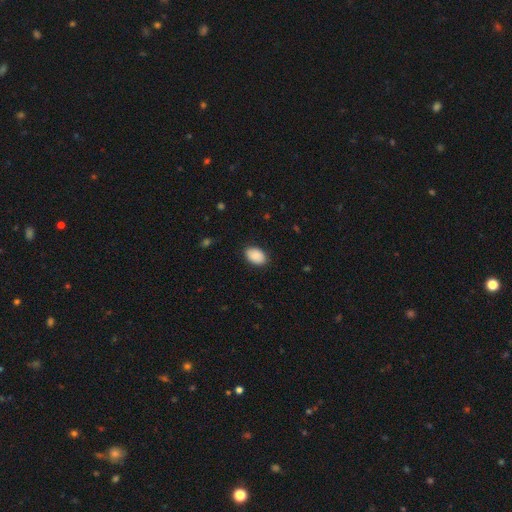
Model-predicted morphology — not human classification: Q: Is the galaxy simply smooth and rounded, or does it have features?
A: smooth — 88%.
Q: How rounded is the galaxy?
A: in between — 87%.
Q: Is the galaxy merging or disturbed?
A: none — 86%.